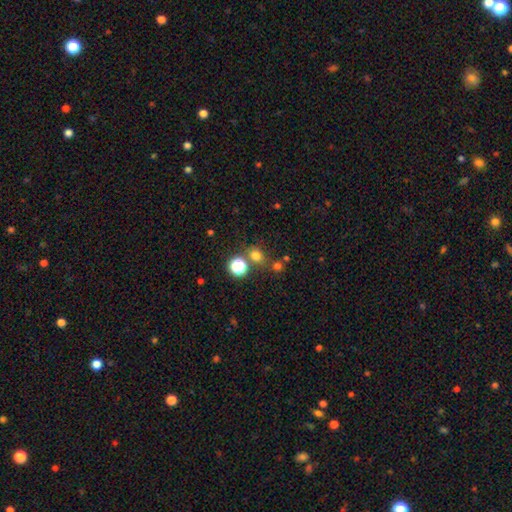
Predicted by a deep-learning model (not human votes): A smooth galaxy with no disk features (70%) that is round (72%). Merging: none (71%).